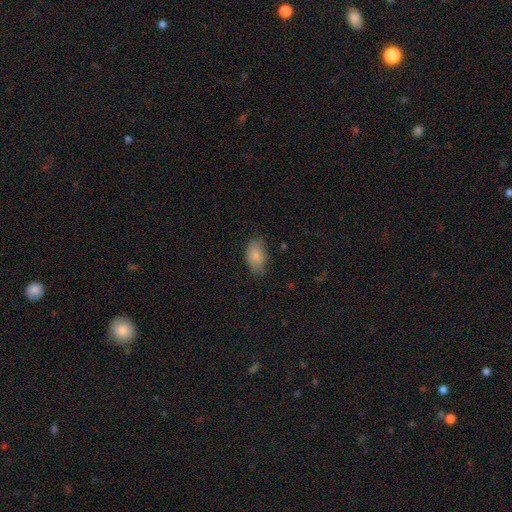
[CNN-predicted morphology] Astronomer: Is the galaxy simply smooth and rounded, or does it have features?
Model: smooth — 83%.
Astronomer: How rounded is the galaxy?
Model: in between — 91%.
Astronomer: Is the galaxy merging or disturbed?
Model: none — 71%.